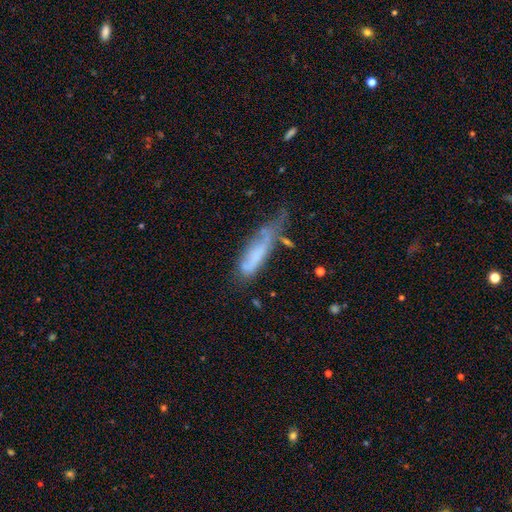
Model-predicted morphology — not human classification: This is possibly a smooth galaxy (56%). How rounded: likely cigar-shaped (68%). Merging: marginally minor disturbance (36%).